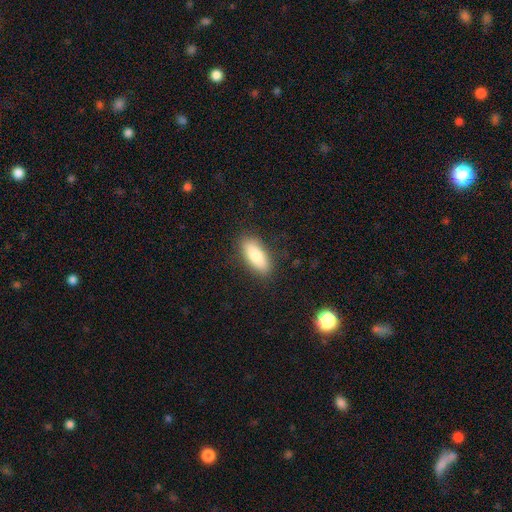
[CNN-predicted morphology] Smooth or featured? smooth (81%)
How rounded? in between (78%)
Merging? none (85%)